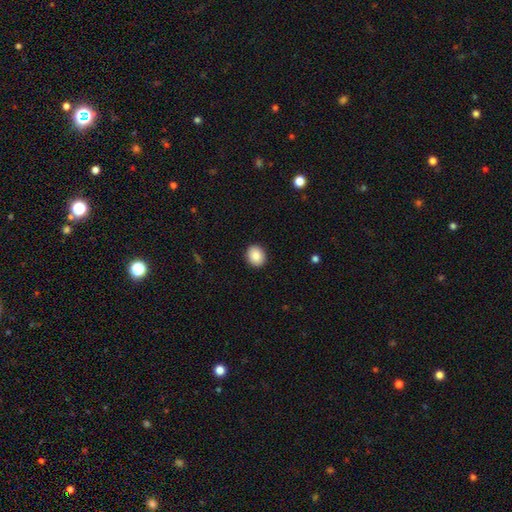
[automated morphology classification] smooth_or_featured: smooth (p=0.88) [alt: star or artifact p=0.08]
how_rounded: round (p=0.63) [alt: in between p=0.36]
merging: none (p=0.91) [alt: minor disturbance p=0.06]